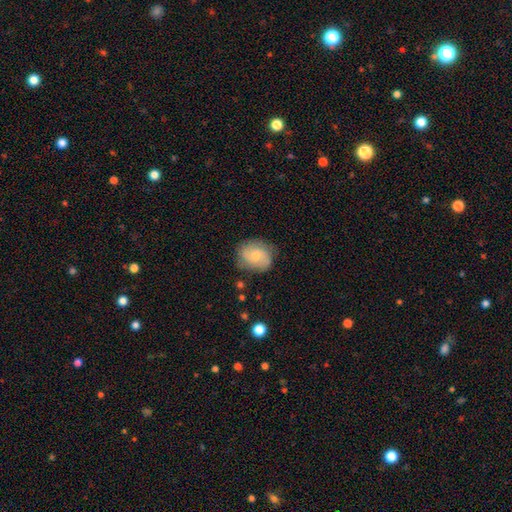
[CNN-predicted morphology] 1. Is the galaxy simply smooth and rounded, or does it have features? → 49% featured or disk, 44% smooth, 7% star or artifact.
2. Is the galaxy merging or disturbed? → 72% none, 20% minor disturbance, 6% major disturbance, 2% merger.